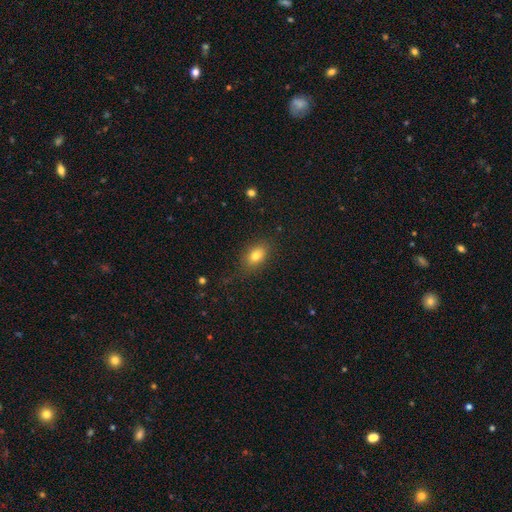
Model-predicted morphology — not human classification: type=smooth (79%); roundness=in between (80%); merging=none (80%).